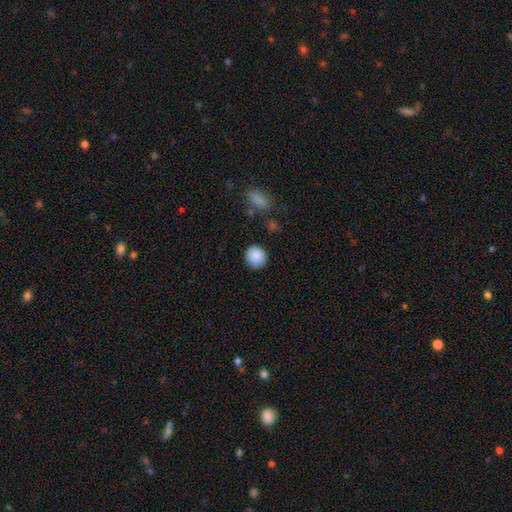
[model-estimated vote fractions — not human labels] Smooth or featured?
  - smooth: 89% *
  - star or artifact: 8%
  - featured or disk: 3%
How rounded?
  - round: 89% *
  - in between: 10%
  - cigar-shaped: 1%
Merging?
  - none: 87% *
  - minor disturbance: 9%
  - major disturbance: 3%
  - merger: 2%